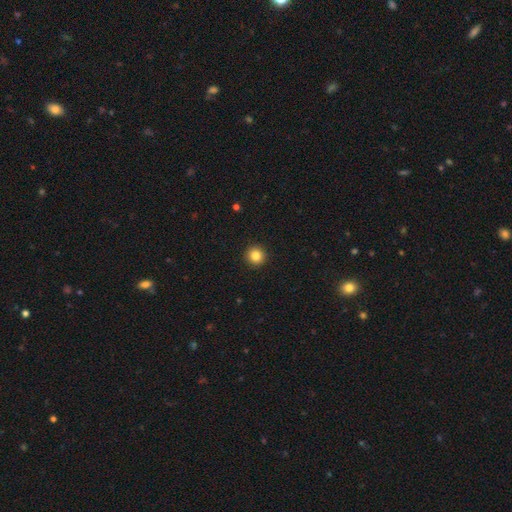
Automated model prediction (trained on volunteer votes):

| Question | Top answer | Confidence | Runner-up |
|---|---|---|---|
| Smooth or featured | smooth | 84% | star or artifact (11%) |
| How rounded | round | 95% | in between (4%) |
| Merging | none | 93% | minor disturbance (4%) |